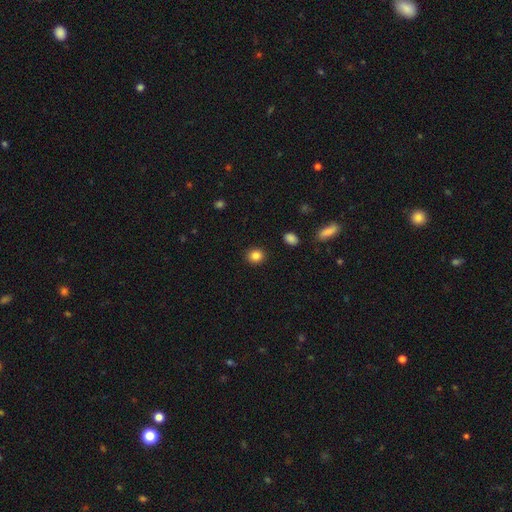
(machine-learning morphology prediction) This is clearly a smooth galaxy (85%). How rounded: likely round (79%). Merging: clearly none (91%).